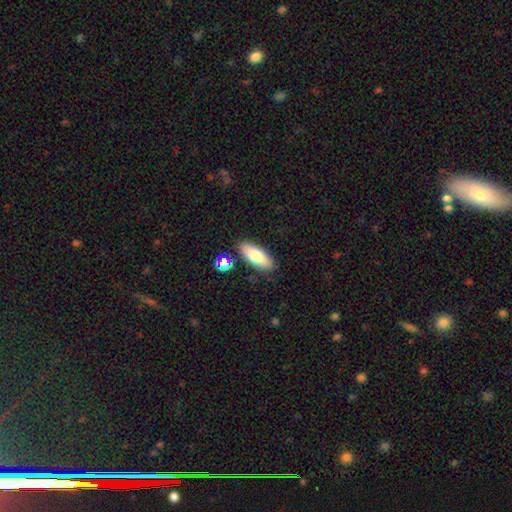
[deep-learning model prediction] Overall: smooth (77%). How rounded: in between (77%). Merging: none (84%).